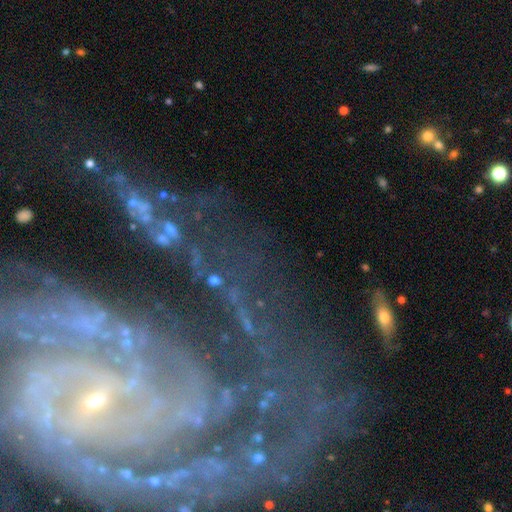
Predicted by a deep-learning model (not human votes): This is clearly a featured or disk galaxy (81%). It is clearly not viewed edge-on (94%). Bar: marginally no (37%). Spiral arm pattern: clearly yes (94%). Spiral arm count: marginally can't tell (26%). Spiral winding: likely tight (66%). Central bulge: likely small (74%). Merging: likely none (65%).